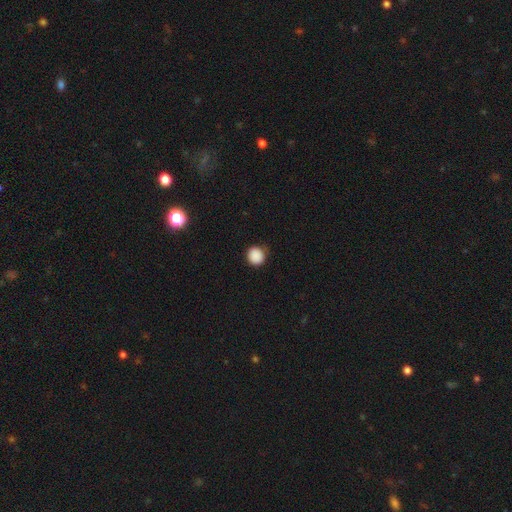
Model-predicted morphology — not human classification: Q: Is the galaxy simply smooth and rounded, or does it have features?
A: smooth — 88%.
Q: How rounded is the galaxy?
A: round — 91%.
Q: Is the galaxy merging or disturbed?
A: none — 86%.